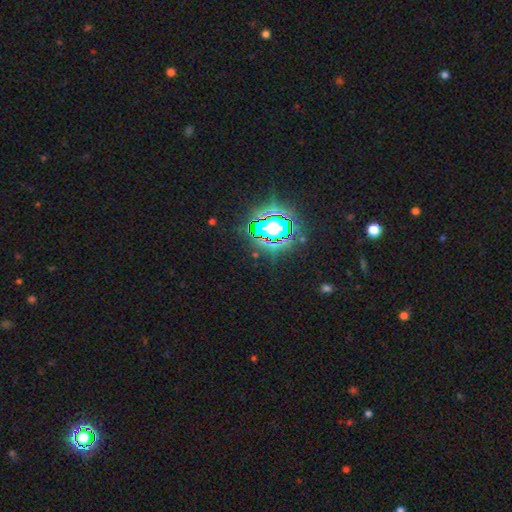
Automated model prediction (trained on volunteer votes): smooth-or-featured: star or artifact: 85% | smooth: 9% | featured or disk: 6%